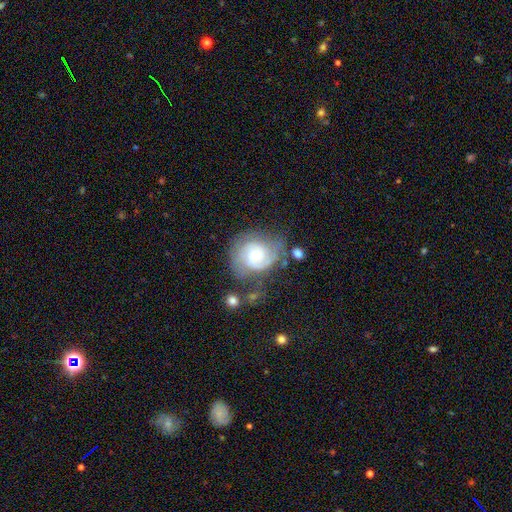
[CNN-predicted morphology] The model was most divided on "spiral winding": tight: 54%, medium: 35%, loose: 11%. Remaining: edge-on disk — no (98%); spiral arms — yes (91%); smooth or featured — featured or disk (74%); bar — no (72%); bulge size — small (62%); merging — none (51%); spiral arm count — 2 (50%).